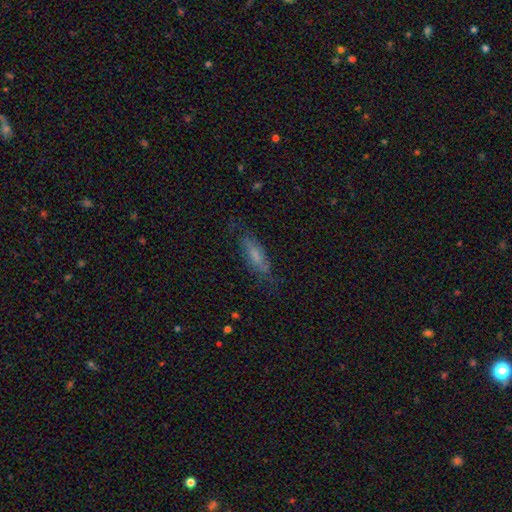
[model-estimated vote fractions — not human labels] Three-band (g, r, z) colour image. It shows a smooth galaxy with no disk features (52%) that is in between round and cigar-shaped (52%). Merging: none (66%).